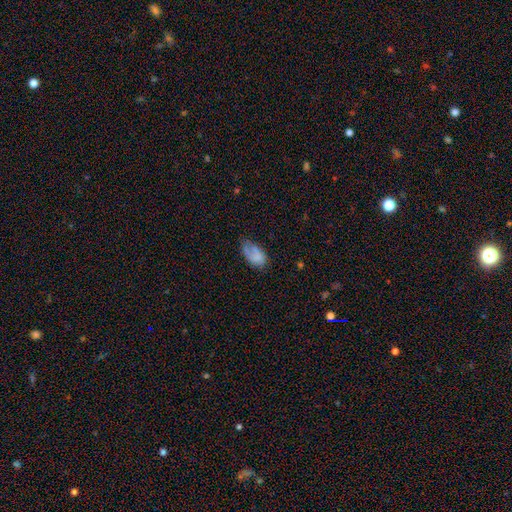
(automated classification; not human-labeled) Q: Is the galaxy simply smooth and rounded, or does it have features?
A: smooth — 61%.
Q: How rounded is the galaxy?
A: in between — 92%.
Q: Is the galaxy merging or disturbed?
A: none — 44%.